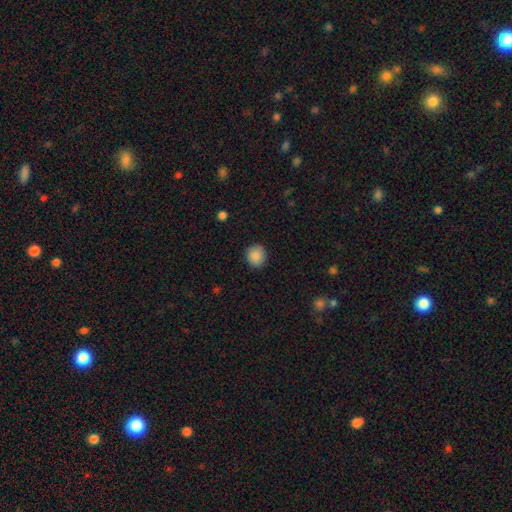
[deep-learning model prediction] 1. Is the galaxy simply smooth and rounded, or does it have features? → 89% smooth, 8% star or artifact, 3% featured or disk.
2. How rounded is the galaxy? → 85% round, 15% in between, 1% cigar-shaped.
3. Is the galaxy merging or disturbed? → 90% none, 7% minor disturbance, 2% major disturbance, 1% merger.